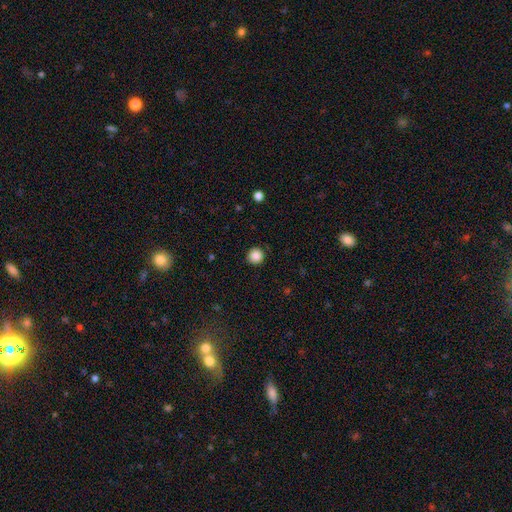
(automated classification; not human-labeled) Smooth or featured?
  - smooth: 87% *
  - star or artifact: 10%
  - featured or disk: 3%
How rounded?
  - round: 95% *
  - in between: 4%
  - cigar-shaped: 1%
Merging?
  - none: 91% *
  - minor disturbance: 6%
  - major disturbance: 2%
  - merger: 1%